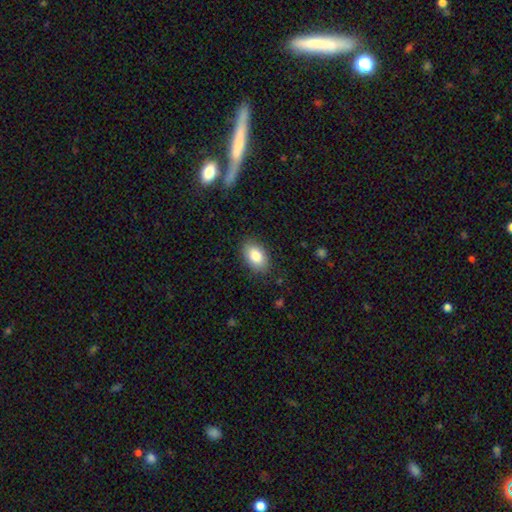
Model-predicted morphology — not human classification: type=smooth (85%); roundness=in between (90%); merging=none (86%).